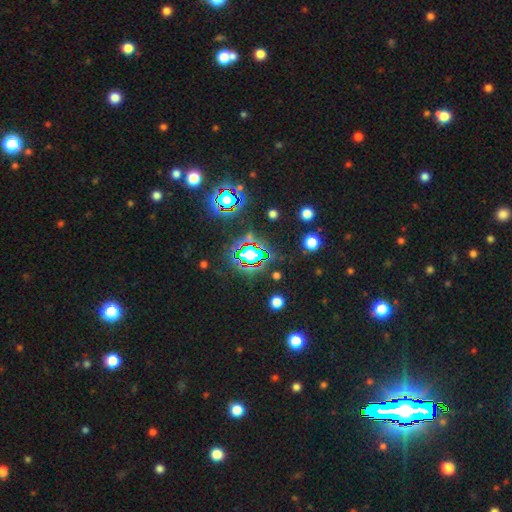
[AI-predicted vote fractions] Q: Smooth or featured?
A: star or artifact (79%); runner-up: smooth (13%)